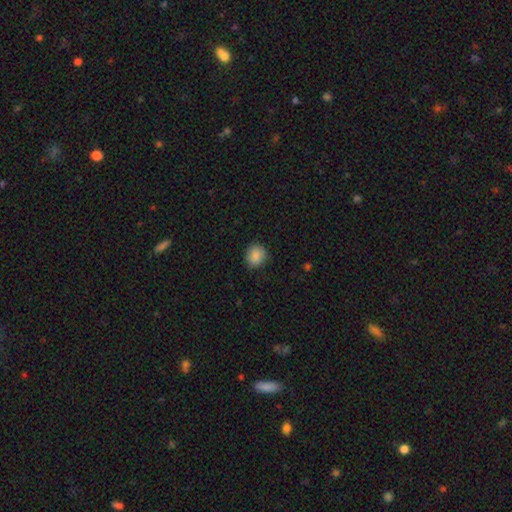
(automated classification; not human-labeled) The model was most divided on "how rounded": round: 80%, in between: 19%, cigar-shaped: 1%. More confident: smooth or featured — smooth (88%); merging — none (87%).